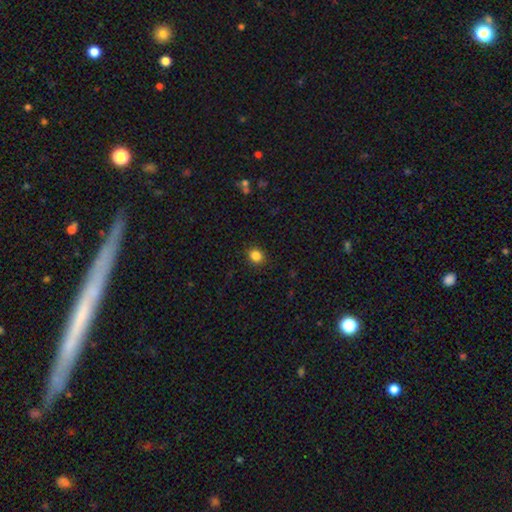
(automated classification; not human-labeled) Smooth or featured?
  - smooth: 85% *
  - star or artifact: 11%
  - featured or disk: 4%
How rounded?
  - round: 73% *
  - in between: 26%
  - cigar-shaped: 1%
Merging?
  - none: 91% *
  - minor disturbance: 6%
  - major disturbance: 2%
  - merger: 1%